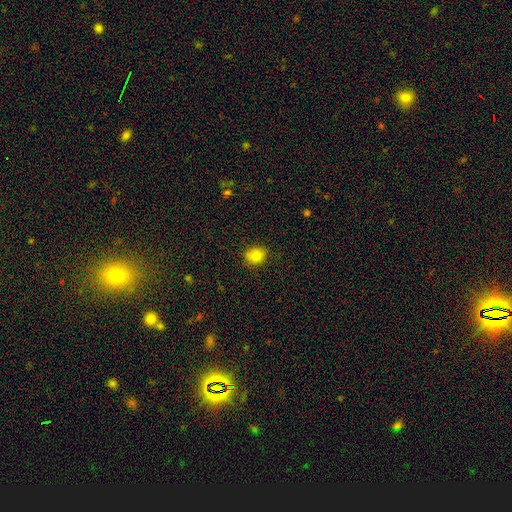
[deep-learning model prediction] Q: Smooth or featured?
A: smooth (83%); runner-up: star or artifact (11%)
Q: How rounded?
A: round (63%); runner-up: in between (36%)
Q: Merging?
A: none (85%); runner-up: minor disturbance (11%)